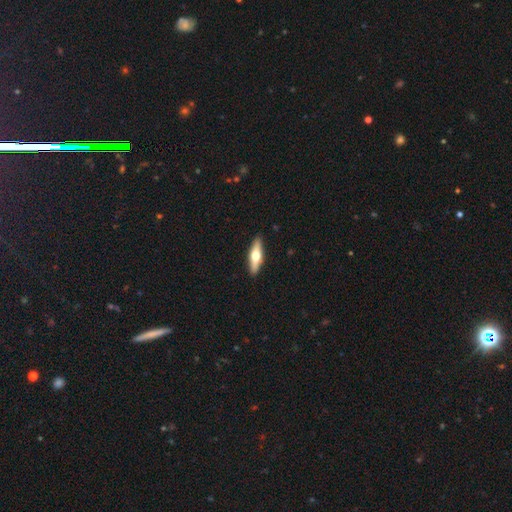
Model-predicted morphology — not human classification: This is possibly a featured or disk galaxy (50%). Merging: clearly none (91%).